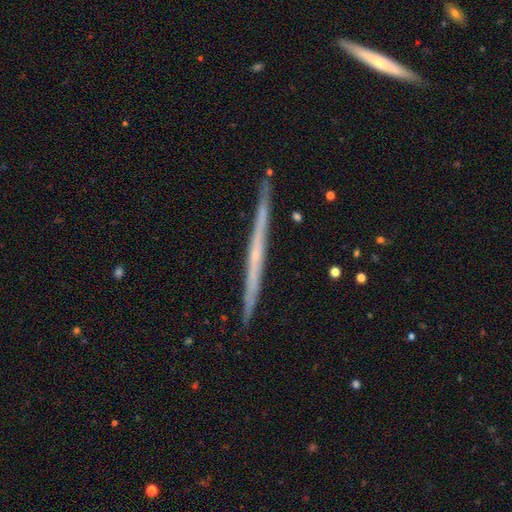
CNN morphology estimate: Smooth or featured?
  - featured or disk: 67% *
  - smooth: 26%
  - star or artifact: 7%
Edge-on disk?
  - yes: 98% *
  - no: 2%
Edge-on bulge?
  - none: 82% *
  - rounded: 14%
  - boxy: 4%
Merging?
  - none: 89% *
  - minor disturbance: 8%
  - major disturbance: 1%
  - merger: 1%